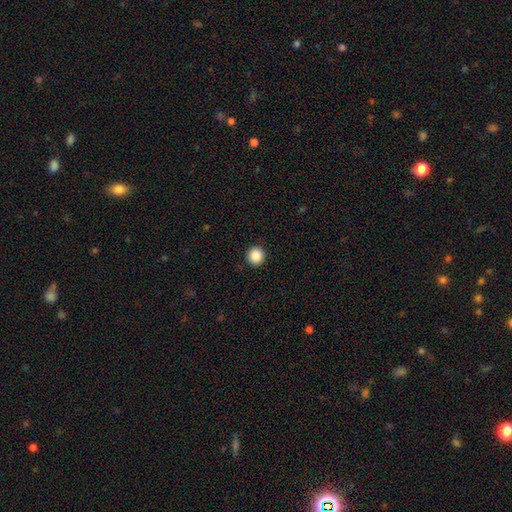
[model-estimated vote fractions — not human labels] Smooth or featured: smooth — 88% (star or artifact — 9%)
How rounded: round — 94% (in between — 5%)
Merging: none — 93% (minor disturbance — 4%)